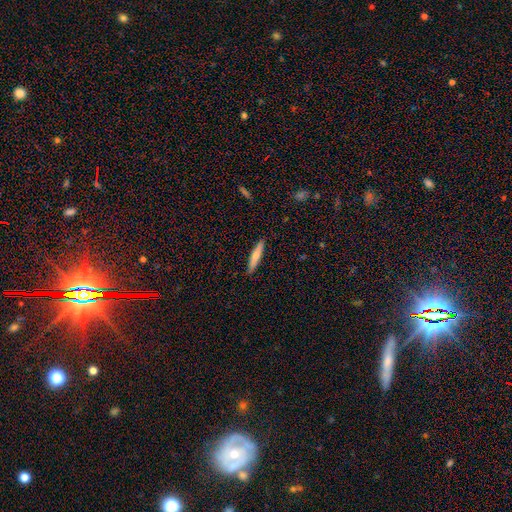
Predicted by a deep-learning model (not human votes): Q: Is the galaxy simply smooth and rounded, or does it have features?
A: smooth — 65%.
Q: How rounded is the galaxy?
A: cigar-shaped — 89%.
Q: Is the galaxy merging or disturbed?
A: none — 89%.